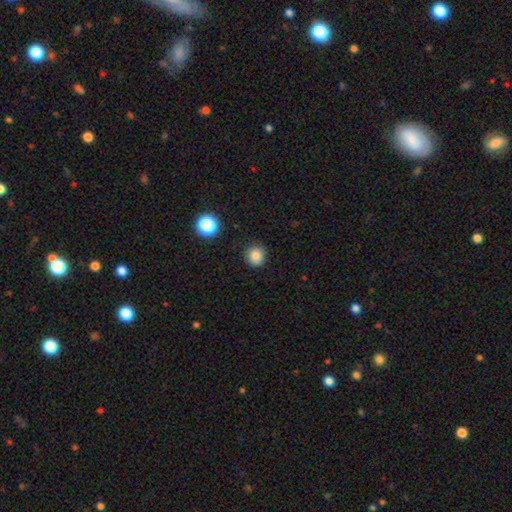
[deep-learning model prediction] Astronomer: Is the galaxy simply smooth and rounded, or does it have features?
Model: smooth — 84%.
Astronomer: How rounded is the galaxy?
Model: round — 90%.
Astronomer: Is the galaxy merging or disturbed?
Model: none — 88%.